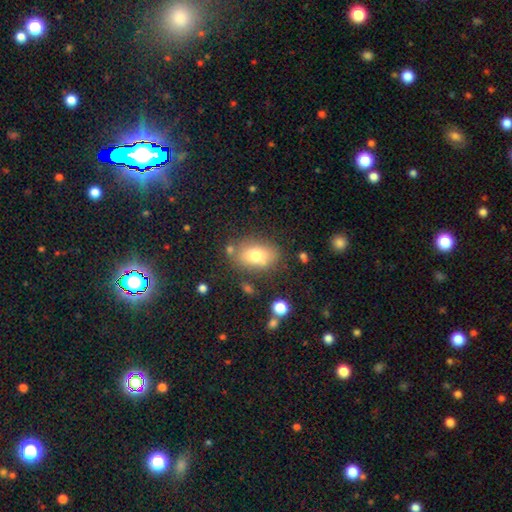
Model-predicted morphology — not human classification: This is likely a smooth galaxy (73%). How rounded: clearly in between (84%). Merging: likely none (76%).